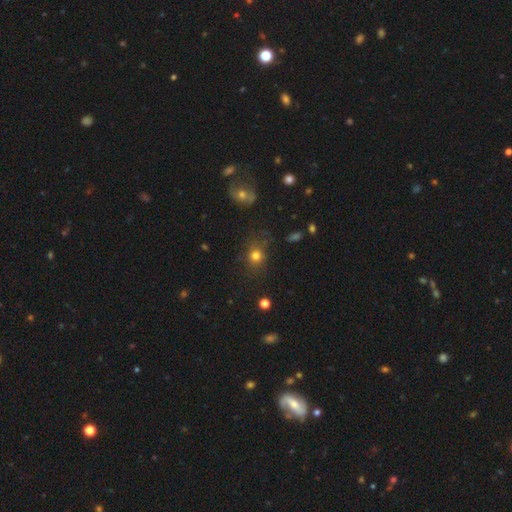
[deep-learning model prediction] Overall: smooth (76%). How rounded: round (78%). Merging: none (78%).